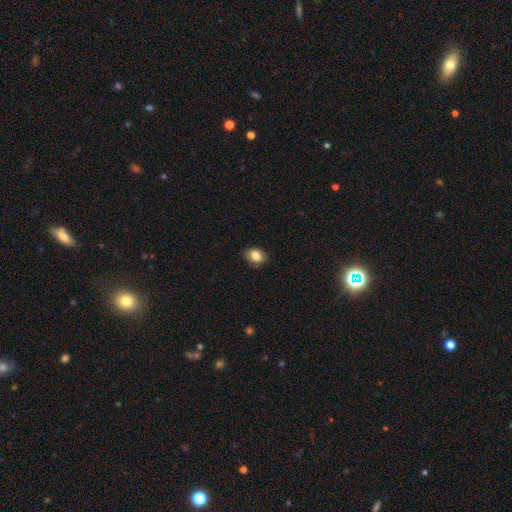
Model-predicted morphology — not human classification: A smooth galaxy with no disk features (84%) that is in between round and cigar-shaped (64%).

Vote fractions:
- Smooth or featured? smooth: 84% / star or artifact: 9% / featured or disk: 7%
- How rounded? in between: 64% / round: 35% / cigar-shaped: 1%
- Merging? none: 84% / minor disturbance: 12% / major disturbance: 2% / merger: 1%